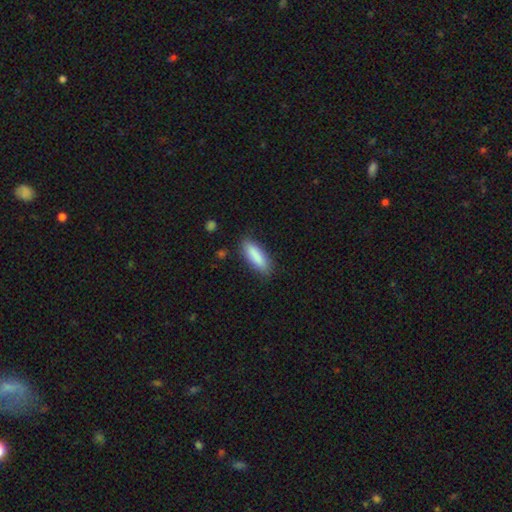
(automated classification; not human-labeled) smooth 86%, featured or disk 7%, star or artifact 6%. Down the decision tree: how rounded — cigar-shaped (49%, tied with in between); merging — none (84%).